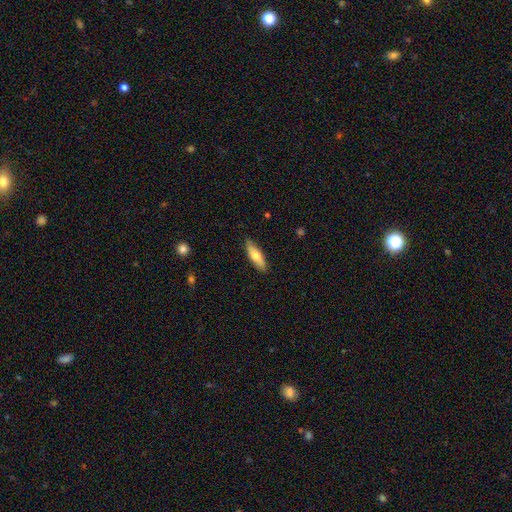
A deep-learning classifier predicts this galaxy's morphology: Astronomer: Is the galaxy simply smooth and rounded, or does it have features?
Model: smooth — 69%.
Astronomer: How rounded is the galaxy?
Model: in between — 49%, tied with cigar-shaped at 49%.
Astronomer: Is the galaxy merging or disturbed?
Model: none — 86%.